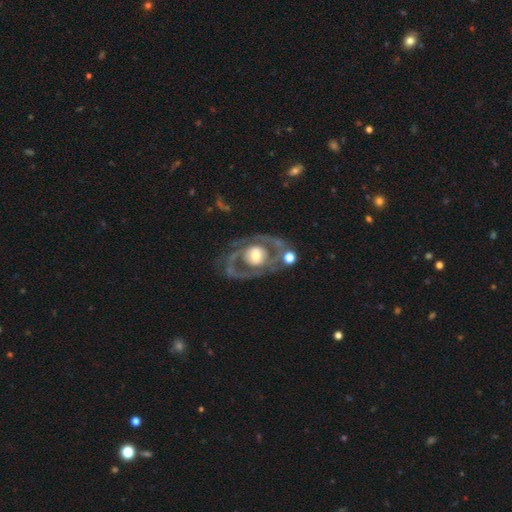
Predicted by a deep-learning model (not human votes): smooth_or_featured: featured or disk (p=0.78) [alt: smooth p=0.17]
disk_edge_on: no (p=0.95) [alt: yes p=0.05]
bar: no (p=0.69) [alt: weak p=0.21]
has_spiral_arms: yes (p=0.58) [alt: no p=0.42]
bulge_size: moderate (p=0.60) [alt: large p=0.23]
merging: none (p=0.60) [alt: minor disturbance p=0.17]